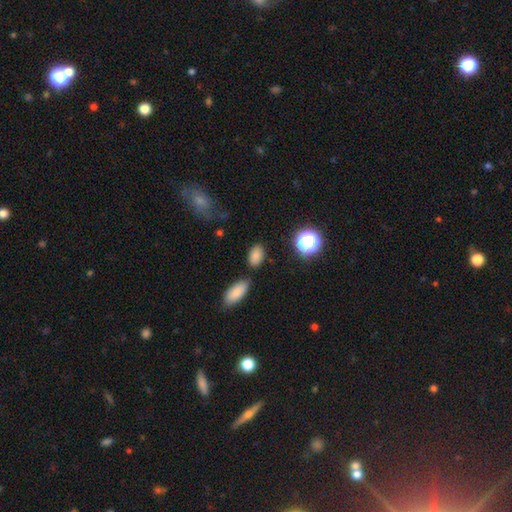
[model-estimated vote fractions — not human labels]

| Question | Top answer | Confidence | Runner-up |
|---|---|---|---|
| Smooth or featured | smooth | 82% | star or artifact (12%) |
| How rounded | in between | 89% | round (9%) |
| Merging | none | 77% | minor disturbance (12%) |